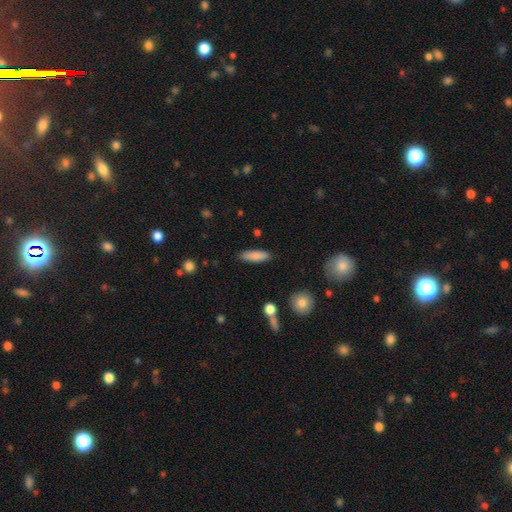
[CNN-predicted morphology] This is clearly a smooth galaxy (85%). How rounded: possibly cigar-shaped (52%). Merging: clearly none (87%).